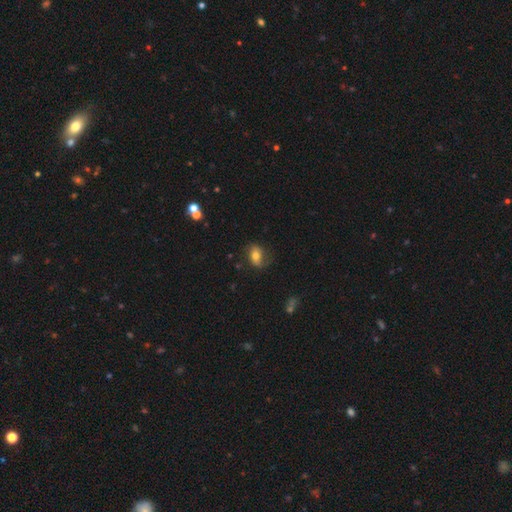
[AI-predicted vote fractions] smooth-or-featured: smooth: 55% | featured or disk: 35% | star or artifact: 10%
  how-rounded: in between: 74% | round: 24% | cigar-shaped: 2%
  merging: none: 63% | minor disturbance: 23% | major disturbance: 12% | merger: 2%